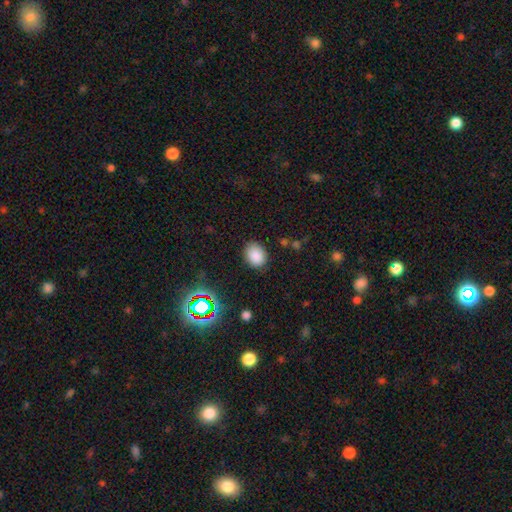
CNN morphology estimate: smooth 84%, star or artifact 12%, featured or disk 4%. Down the decision tree: how rounded — in between (61%); merging — none (83%).